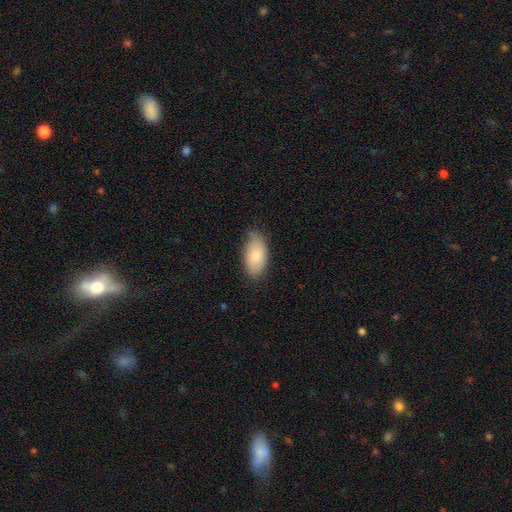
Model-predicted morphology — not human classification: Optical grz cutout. It shows a smooth galaxy with no disk features (79%) that is in between round and cigar-shaped (94%). Merging: none (72%).